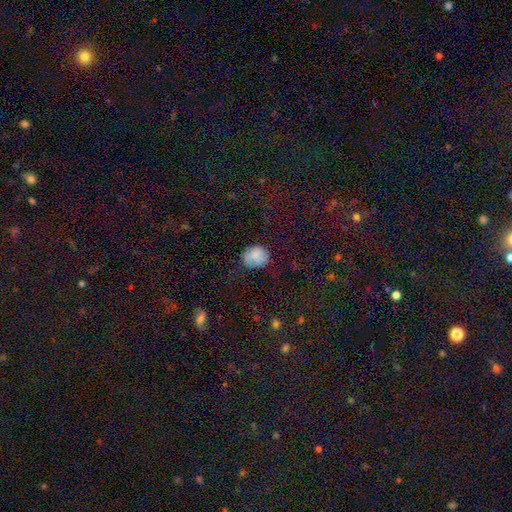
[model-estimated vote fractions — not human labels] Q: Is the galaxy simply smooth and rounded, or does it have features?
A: smooth — 82%.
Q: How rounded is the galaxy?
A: round — 65%.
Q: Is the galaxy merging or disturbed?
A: none — 66%.